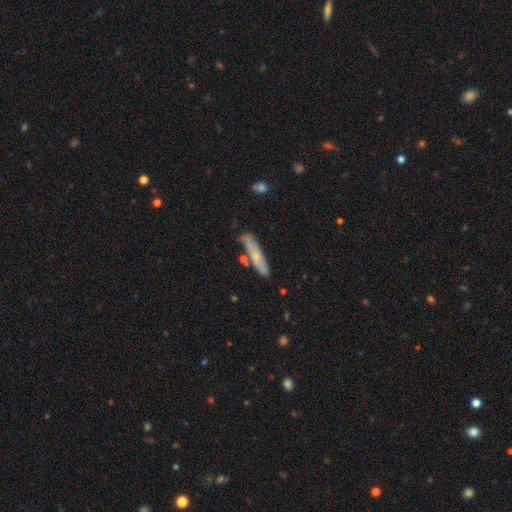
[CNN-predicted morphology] A smooth galaxy with no disk features (59%) that is cigar-shaped (80%). Merging: none (70%).